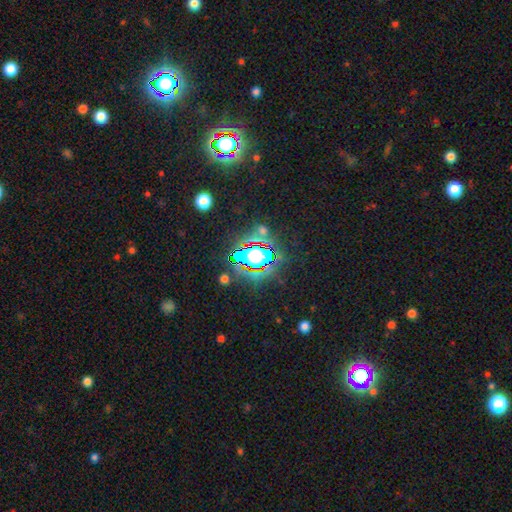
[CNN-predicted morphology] A star or artifact, not a galaxy (68%).